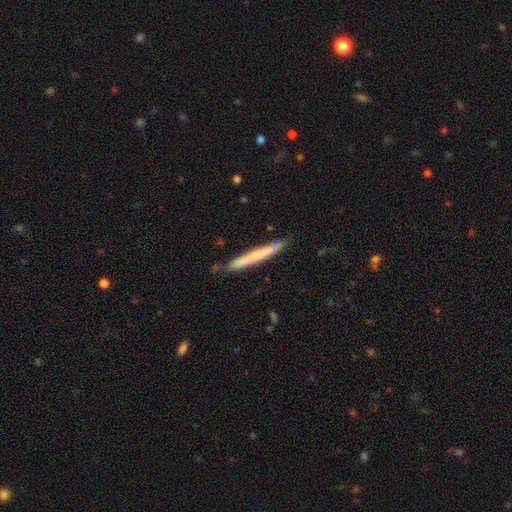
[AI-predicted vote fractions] Smooth or featured: smooth — 62% (featured or disk — 33%)
How rounded: cigar-shaped — 97% (in between — 2%)
Merging: none — 87% (minor disturbance — 10%)